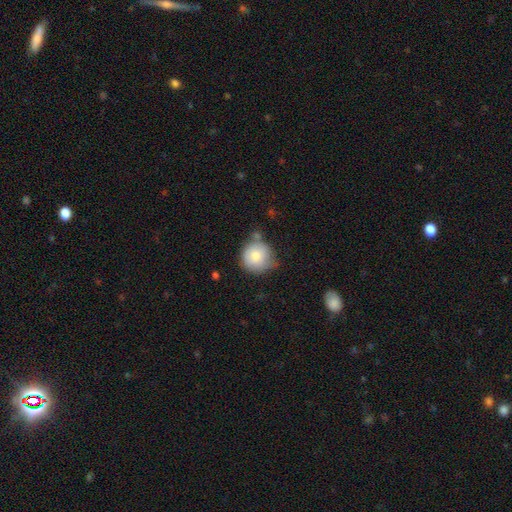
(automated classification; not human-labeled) A smooth galaxy with no disk features (77%) that is round (93%). Merging: none (53%).